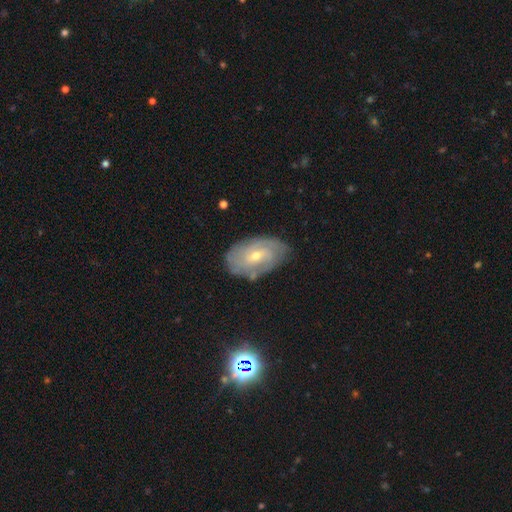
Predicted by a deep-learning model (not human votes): smooth_or_featured: featured or disk (p=0.73) [alt: smooth p=0.19]
disk_edge_on: no (p=0.94) [alt: yes p=0.06]
bar: no (p=0.53) [alt: weak p=0.39]
has_spiral_arms: yes (p=0.86) [alt: no p=0.14]
spiral_winding: tight (p=0.66) [alt: medium p=0.25]
spiral_arm_count: can't tell (p=0.47) [alt: 2 p=0.25]
bulge_size: small (p=0.55) [alt: moderate p=0.42]
merging: none (p=0.76) [alt: minor disturbance p=0.18]